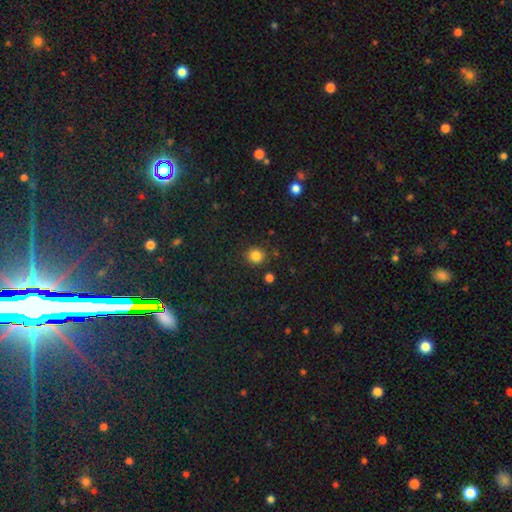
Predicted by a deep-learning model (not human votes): A smooth galaxy with no disk features (83%) that is round (89%).

Vote fractions:
- Smooth or featured? smooth: 83% / star or artifact: 12% / featured or disk: 5%
- How rounded? round: 89% / in between: 10% / cigar-shaped: 1%
- Merging? none: 87% / minor disturbance: 8% / merger: 3% / major disturbance: 3%